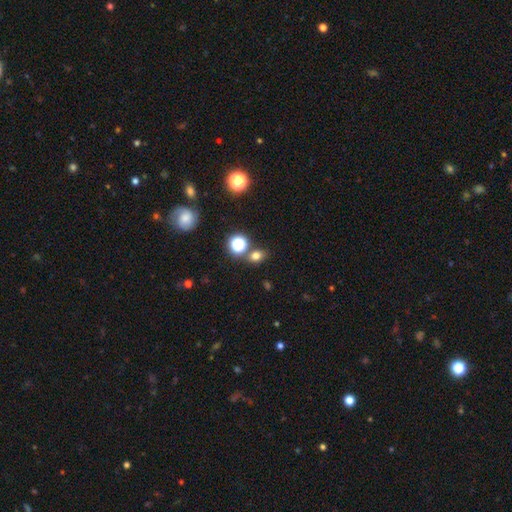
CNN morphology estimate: Overall: smooth (70%). How rounded: round (51%; in between 47%). Merging: none (74%).